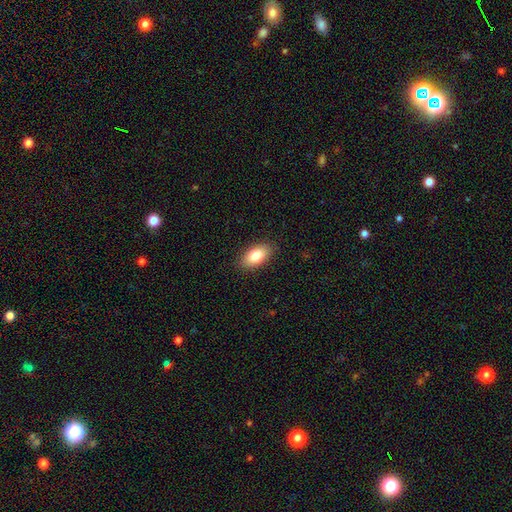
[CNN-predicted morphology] The model was most divided on "smooth or featured": smooth: 81%, featured or disk: 12%, star or artifact: 7%. More confident: how rounded — in between (92%); merging — none (88%).